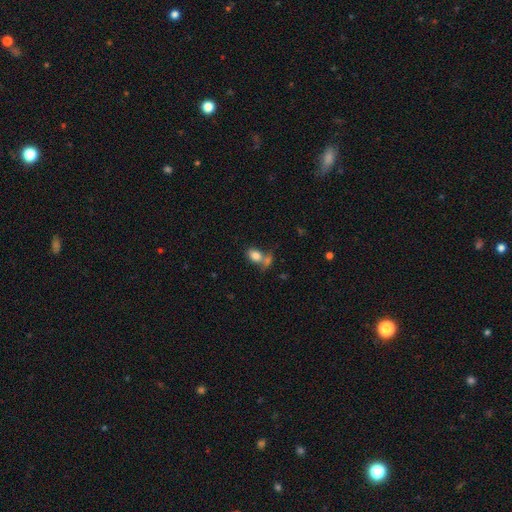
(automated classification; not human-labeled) Overall: smooth (82%). How rounded: in between (82%). Merging: merger (43%; none 38%).